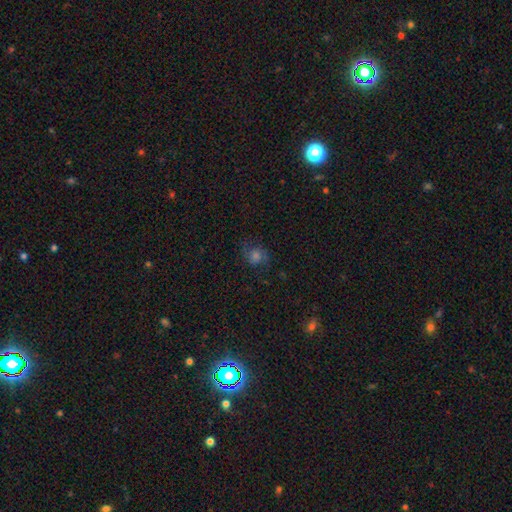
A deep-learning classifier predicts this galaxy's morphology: Overall: featured or disk (43%; smooth 35%). Merging: none (73%).